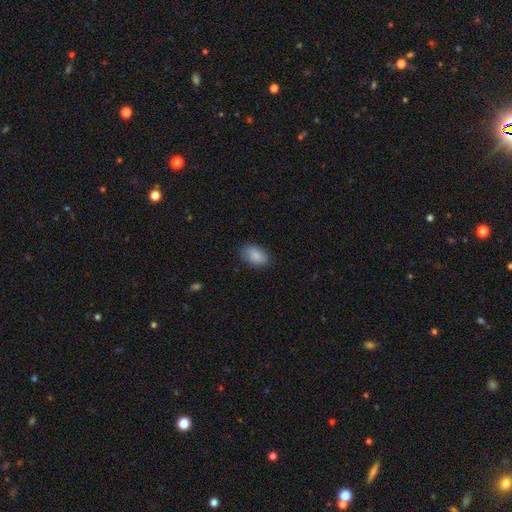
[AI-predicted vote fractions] Smooth or featured?
  - smooth: 86% *
  - featured or disk: 8%
  - star or artifact: 7%
How rounded?
  - in between: 90% *
  - round: 8%
  - cigar-shaped: 2%
Merging?
  - none: 81% *
  - minor disturbance: 14%
  - major disturbance: 3%
  - merger: 1%